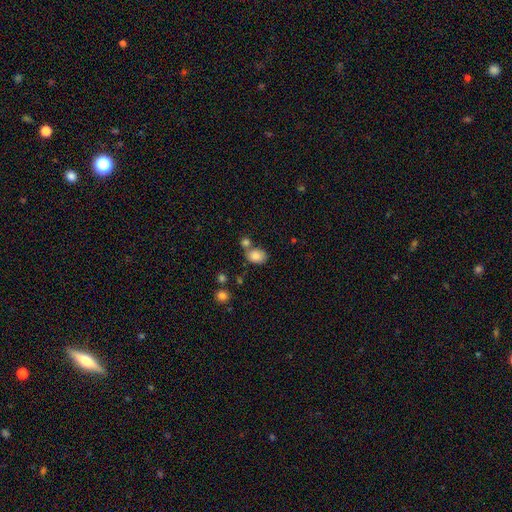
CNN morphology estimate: Smooth or featured? smooth (84%)
How rounded? in between (72%)
Merging? none (55%)